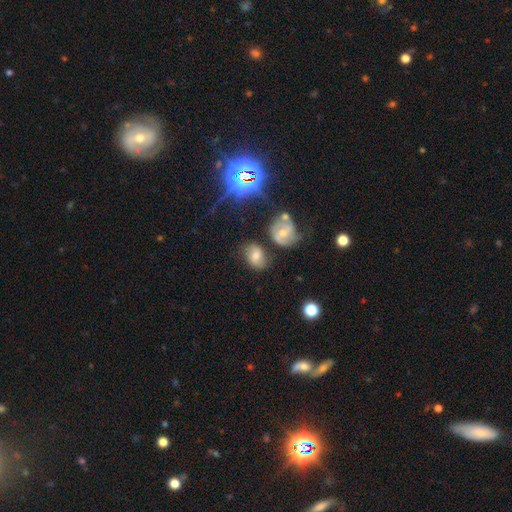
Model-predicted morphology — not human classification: The model was most divided on "smooth or featured": smooth: 58%, featured or disk: 28%, star or artifact: 14%. More confident: how rounded — in between (67%); merging — none (60%).